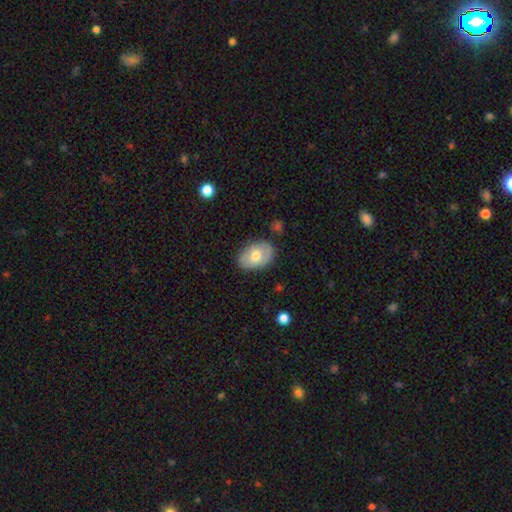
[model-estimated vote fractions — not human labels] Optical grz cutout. It shows a smooth galaxy with no disk features (65%) that is in between round and cigar-shaped (82%). Merging: none (81%).